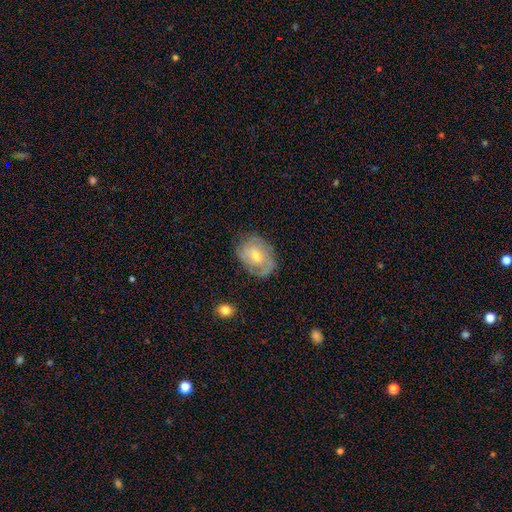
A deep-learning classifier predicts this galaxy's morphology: A featured or disk galaxy (60%) with no bar (63%), spiral arms (76%) and a moderate central bulge (53%). Merging: none (65%).